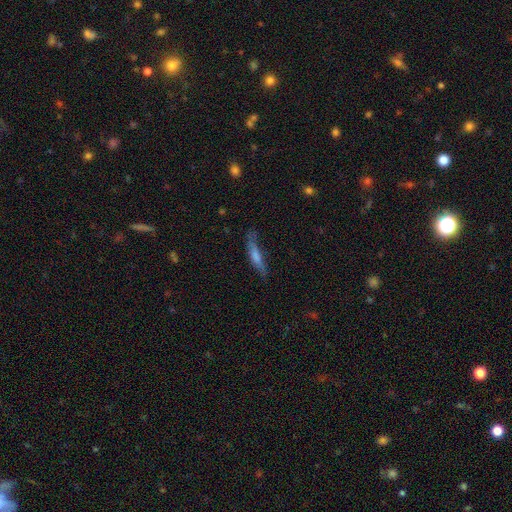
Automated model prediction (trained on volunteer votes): Overall: smooth (50%; featured or disk 41%). How rounded: cigar-shaped (84%). Merging: none (65%).